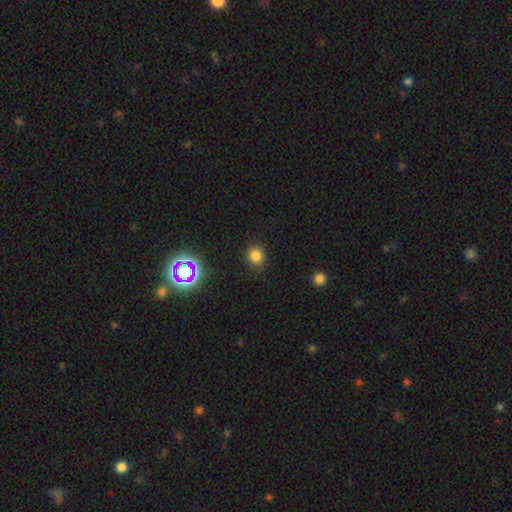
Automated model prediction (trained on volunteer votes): smooth_or_featured: smooth (p=0.79) [alt: star or artifact p=0.16]
how_rounded: round (p=0.85) [alt: in between p=0.14]
merging: none (p=0.85) [alt: minor disturbance p=0.10]